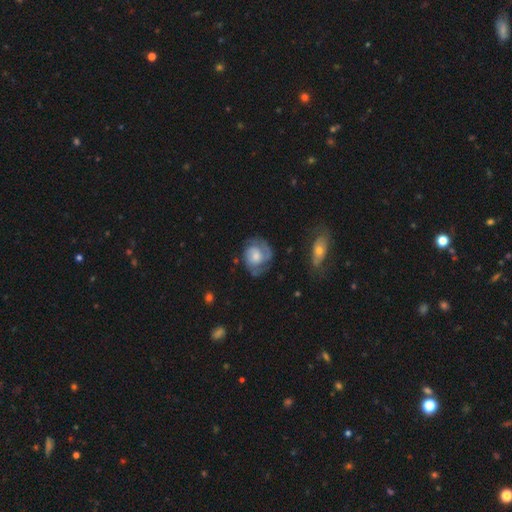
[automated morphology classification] type=featured or disk (69%); edge-on=no (97%); bar=no (71%); spiral arms=yes (89%); winding=tight (48%); arm count=2 (56%); bulge=moderate (40%); merging=none (62%).